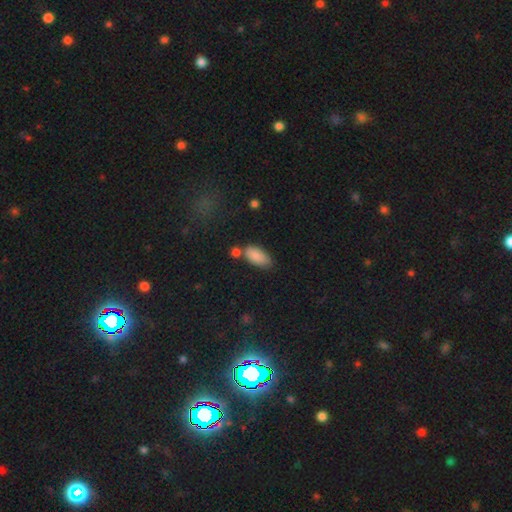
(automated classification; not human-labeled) Smooth or featured? Predicted: smooth (p=0.87). How rounded? Predicted: in between (p=0.89). Merging? Predicted: none (p=0.59).